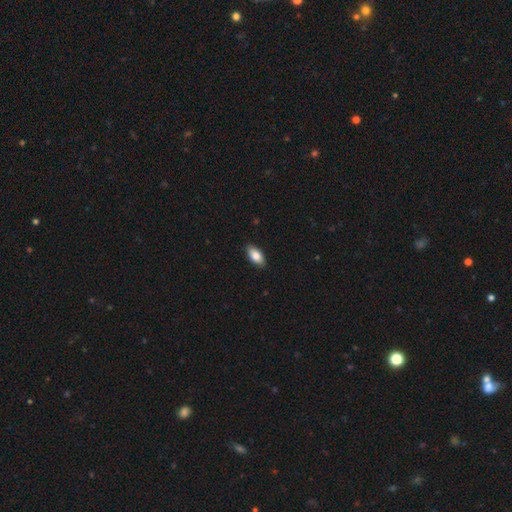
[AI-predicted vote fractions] The model was most divided on "smooth or featured": smooth: 83%, featured or disk: 10%, star or artifact: 6%. More confident: how rounded — in between (91%); merging — none (89%).